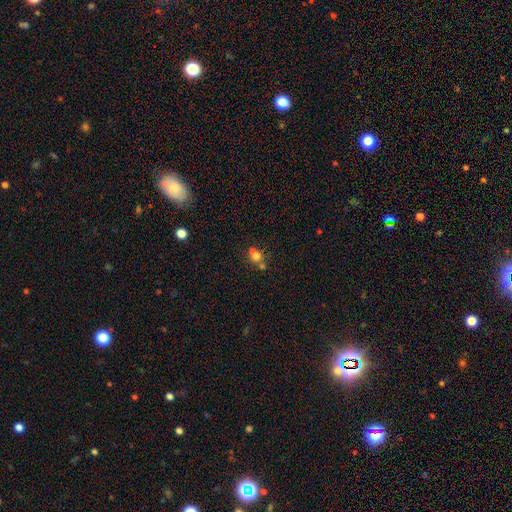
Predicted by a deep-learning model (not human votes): Q: Smooth or featured?
A: smooth (67%); runner-up: featured or disk (18%)
Q: How rounded?
A: round (77%); runner-up: in between (22%)
Q: Merging?
A: merger (48%); runner-up: none (40%)